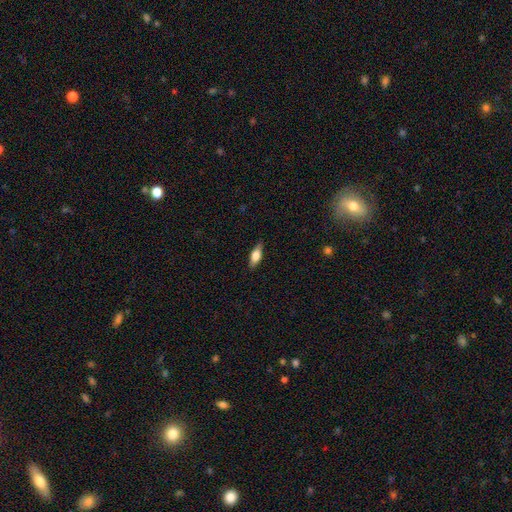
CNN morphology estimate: type=smooth (62%); roundness=in between (66%); merging=none (84%).